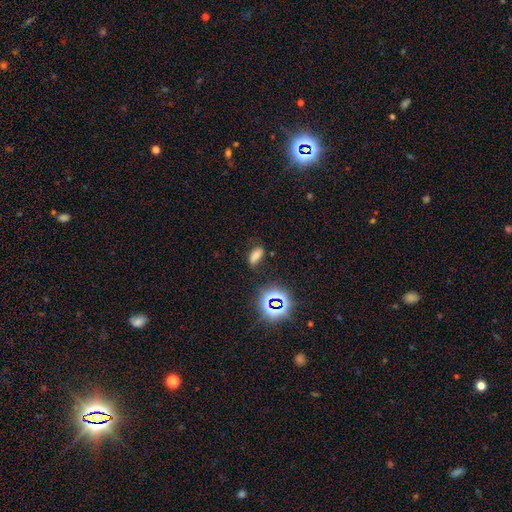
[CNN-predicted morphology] The model was most divided on "smooth or featured": smooth: 67%, star or artifact: 24%, featured or disk: 9%. More confident: how rounded — in between (84%); merging — none (72%).